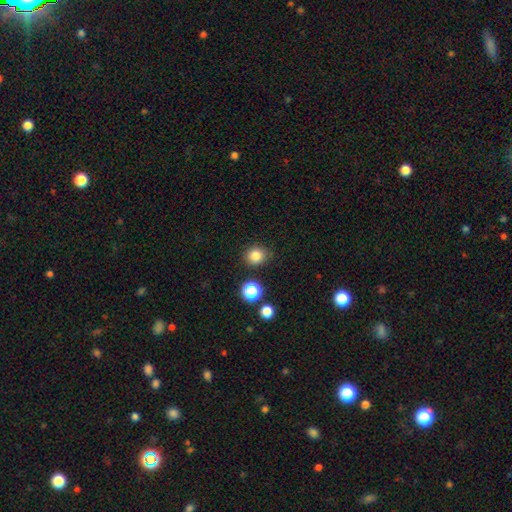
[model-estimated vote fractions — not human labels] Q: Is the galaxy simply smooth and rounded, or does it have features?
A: smooth — 82%.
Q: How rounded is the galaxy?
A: round — 84%.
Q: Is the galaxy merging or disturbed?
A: none — 85%.